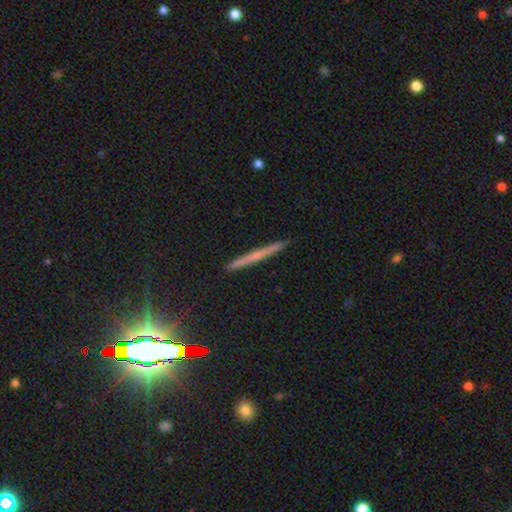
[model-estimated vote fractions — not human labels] Overall: featured or disk (45%; smooth 40%). Merging: none (91%).